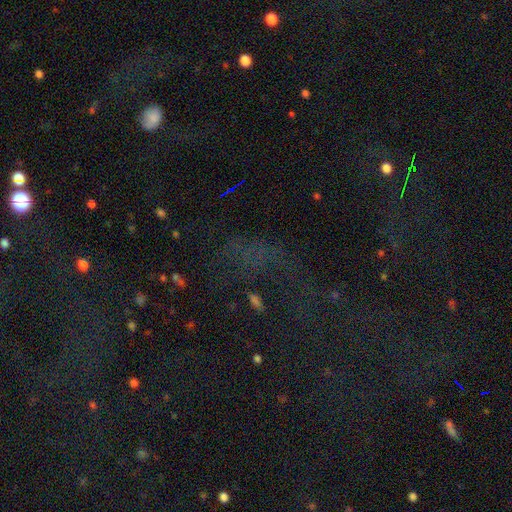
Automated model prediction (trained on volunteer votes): Smooth or featured? Predicted: star or artifact (p=0.69).